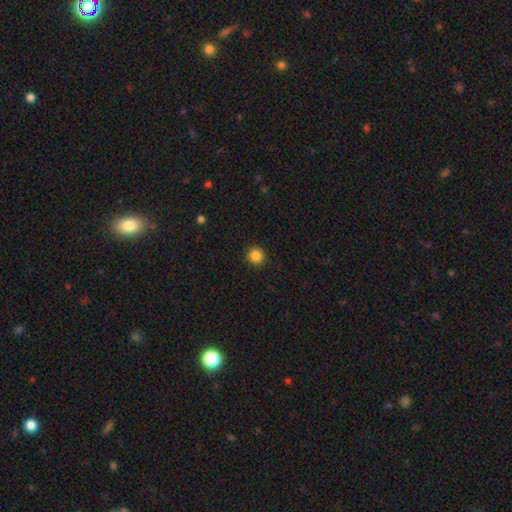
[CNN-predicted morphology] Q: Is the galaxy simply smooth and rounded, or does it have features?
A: smooth — 85%.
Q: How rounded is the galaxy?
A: round — 94%.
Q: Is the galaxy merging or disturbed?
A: none — 92%.